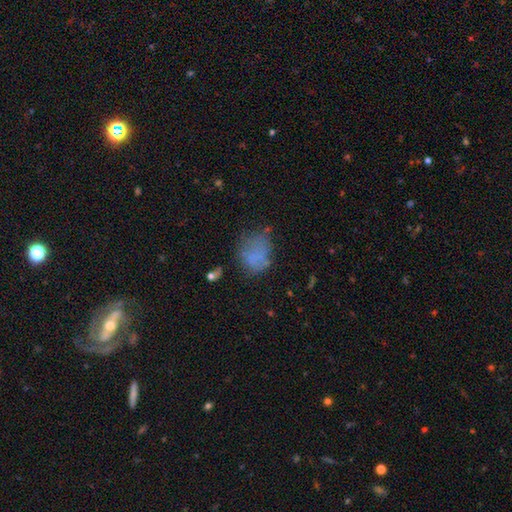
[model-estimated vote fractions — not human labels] smooth 63%, featured or disk 22%, star or artifact 15%. Down the decision tree: how rounded — in between (59%); merging — none (44%).